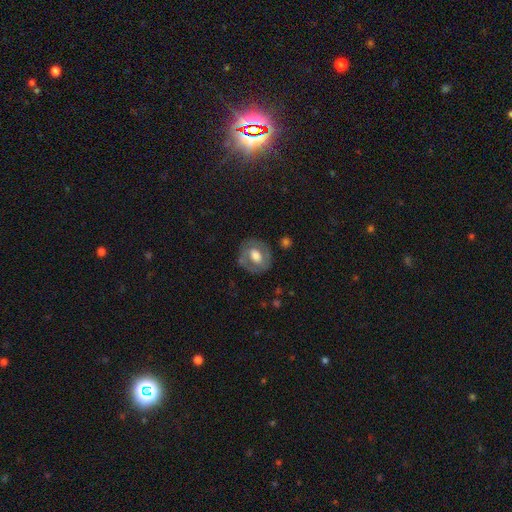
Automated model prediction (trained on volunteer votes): This appears to be a smooth galaxy with no disk features (48%). Merging: none (77%).